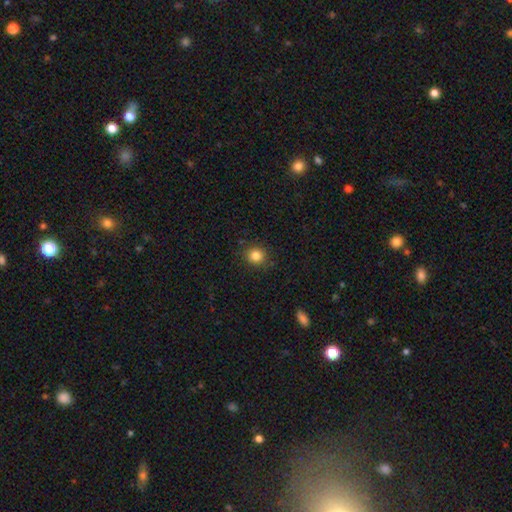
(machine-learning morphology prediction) Smooth or featured? smooth (84%)
How rounded? round (87%)
Merging? none (87%)